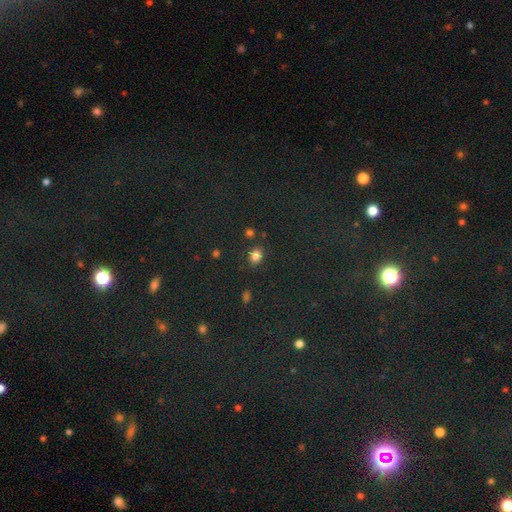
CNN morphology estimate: Smooth or featured? smooth (81%)
How rounded? round (57%)
Merging? none (82%)